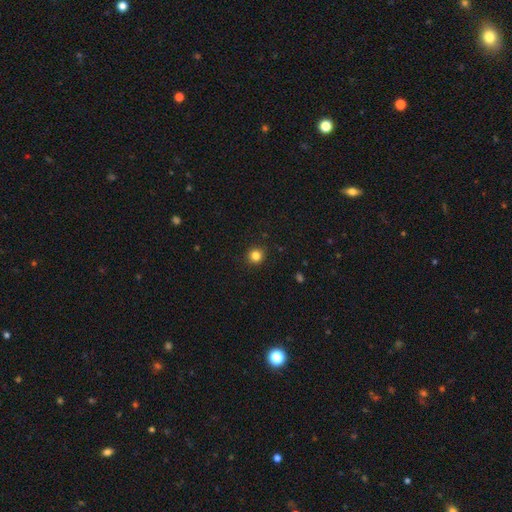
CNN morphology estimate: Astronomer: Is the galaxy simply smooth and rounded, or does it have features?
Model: smooth — 84%.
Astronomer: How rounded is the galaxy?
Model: round — 93%.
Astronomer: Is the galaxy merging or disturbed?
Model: none — 92%.